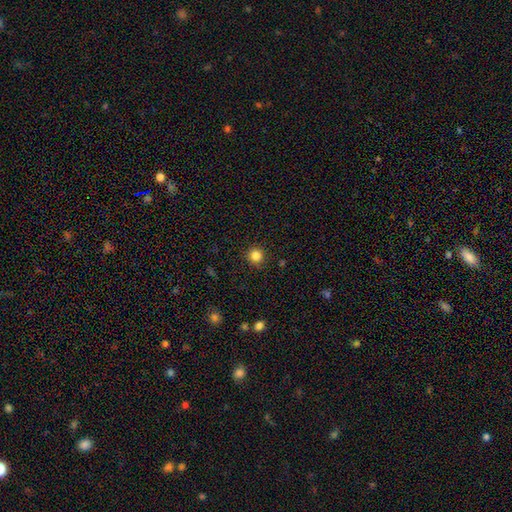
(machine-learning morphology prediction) Smooth or featured: smooth — 84% (star or artifact — 12%)
How rounded: round — 94% (in between — 5%)
Merging: none — 91% (minor disturbance — 6%)